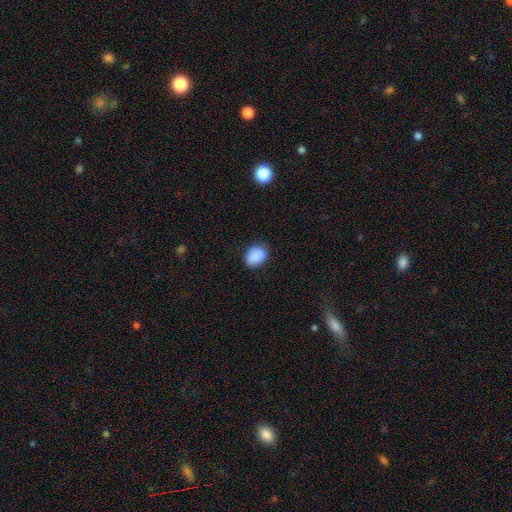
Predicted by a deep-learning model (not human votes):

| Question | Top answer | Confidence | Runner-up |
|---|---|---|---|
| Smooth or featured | smooth | 88% | star or artifact (8%) |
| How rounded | in between | 69% | round (30%) |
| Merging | none | 77% | minor disturbance (18%) |